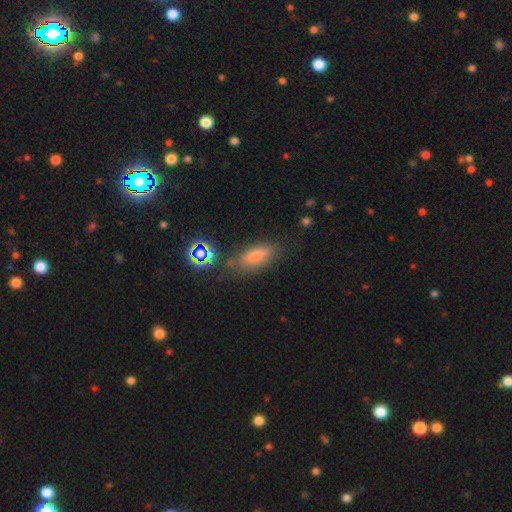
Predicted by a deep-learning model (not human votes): Smooth or featured? smooth (67%)
How rounded? in between (73%)
Merging? none (74%)